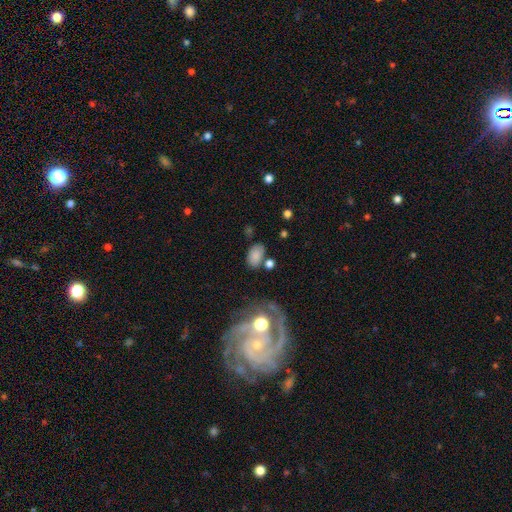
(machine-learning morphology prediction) smooth 79%, star or artifact 12%, featured or disk 9%. Down the decision tree: how rounded — in between (87%); merging — none (68%).